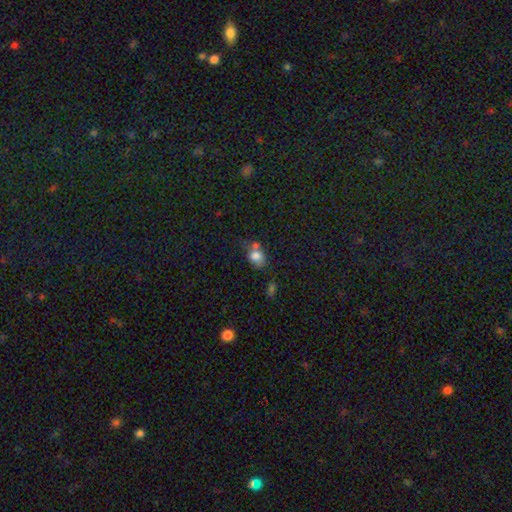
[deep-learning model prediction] Smooth or featured? smooth (78%)
How rounded? round (49%, tied with in between)
Merging? none (36%)